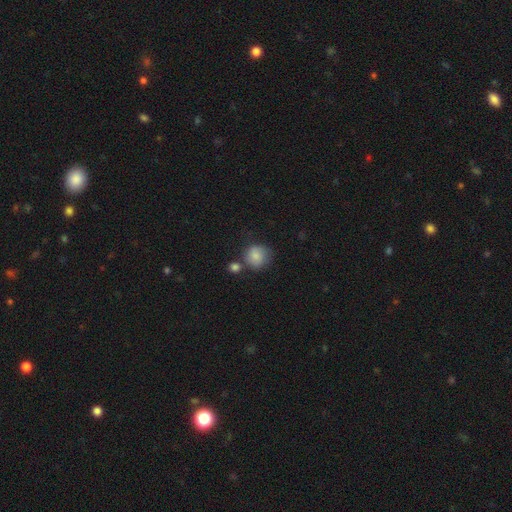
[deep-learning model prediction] A smooth galaxy with no disk features (83%) that is round (86%). Merging: none (60%).